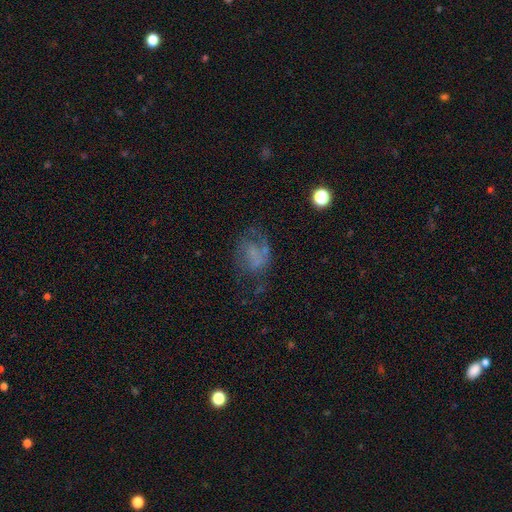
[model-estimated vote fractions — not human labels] Overall: featured or disk (48%; smooth 35%). Merging: none (42%; major disturbance 32%).